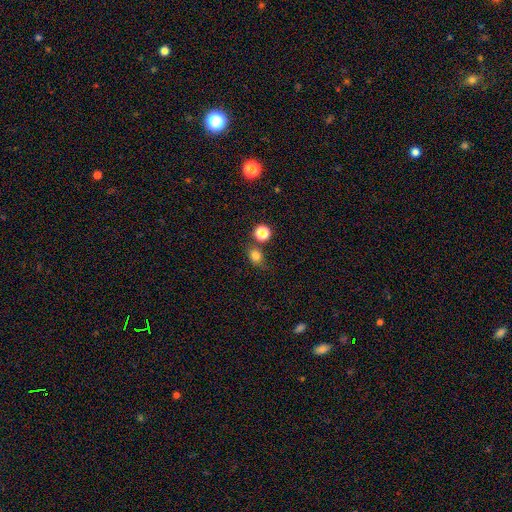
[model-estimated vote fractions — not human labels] This appears to be a smooth galaxy with no disk features (80%) that is round (59%). Merging: none (65%).